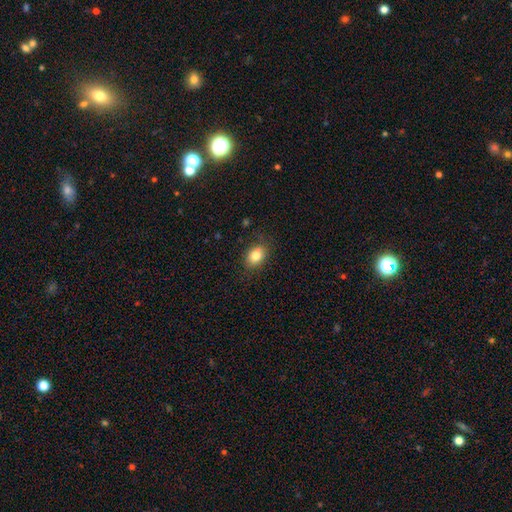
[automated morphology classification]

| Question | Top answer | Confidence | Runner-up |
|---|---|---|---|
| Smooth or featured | smooth | 83% | star or artifact (9%) |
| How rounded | in between | 76% | round (23%) |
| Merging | none | 83% | minor disturbance (13%) |